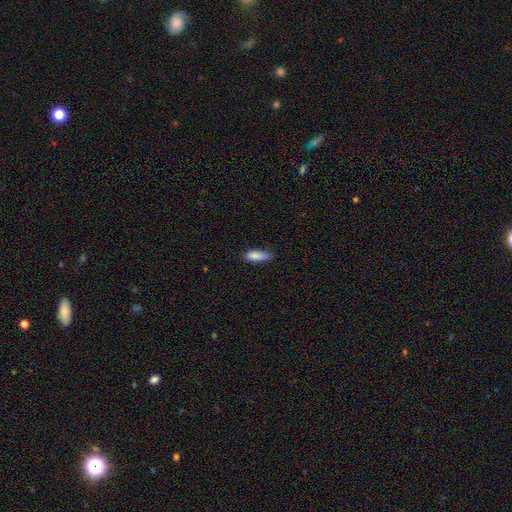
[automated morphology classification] Q: Smooth or featured?
A: smooth (87%); runner-up: star or artifact (7%)
Q: How rounded?
A: in between (67%); runner-up: cigar-shaped (31%)
Q: Merging?
A: none (71%); runner-up: minor disturbance (23%)